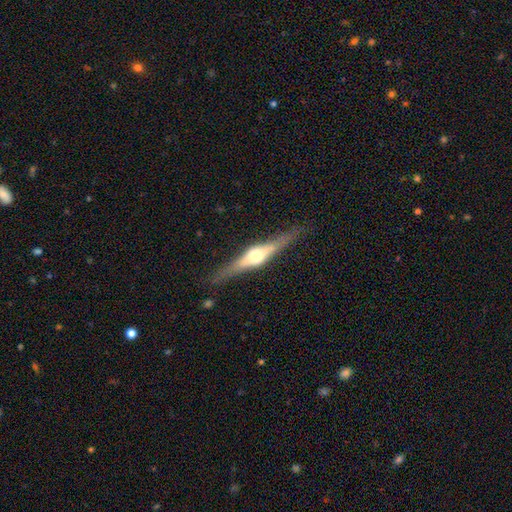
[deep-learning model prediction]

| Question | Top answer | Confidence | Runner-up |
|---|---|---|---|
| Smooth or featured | featured or disk | 77% | smooth (17%) |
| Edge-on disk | yes | 97% | no (3%) |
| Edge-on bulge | rounded | 89% | boxy (9%) |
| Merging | none | 86% | minor disturbance (10%) |